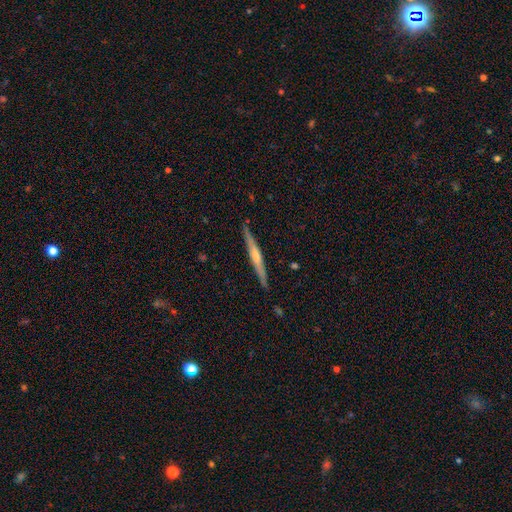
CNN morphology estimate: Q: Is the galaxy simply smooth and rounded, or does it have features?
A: featured or disk — 70%.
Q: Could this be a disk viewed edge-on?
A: yes — 98%.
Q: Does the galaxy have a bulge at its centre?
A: rounded — 74%.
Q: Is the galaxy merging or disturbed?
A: none — 90%.